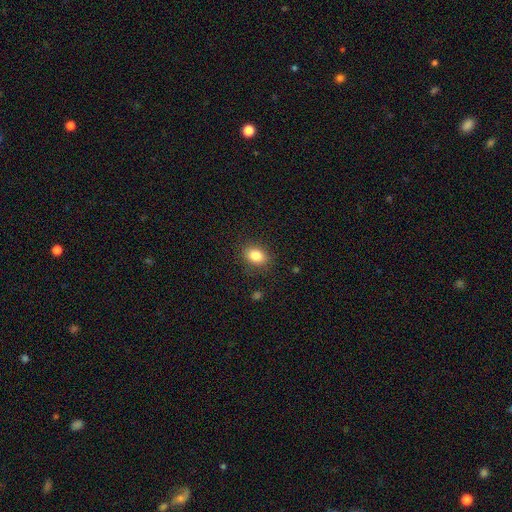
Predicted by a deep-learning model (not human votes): Smooth or featured? smooth (85%)
How rounded? in between (70%)
Merging? none (86%)